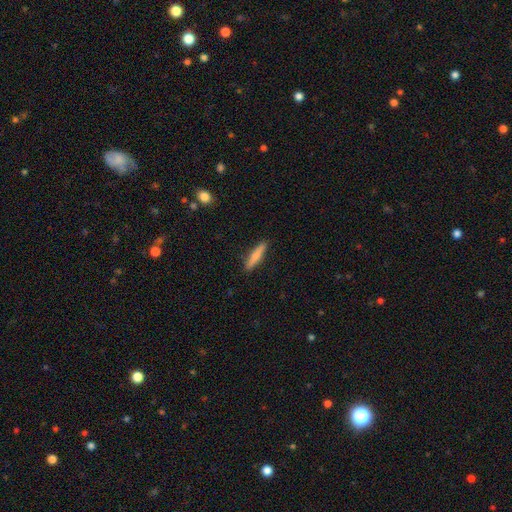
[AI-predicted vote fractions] A smooth galaxy with no disk features (73%) that is cigar-shaped (89%).

Vote fractions:
- Smooth or featured? smooth: 73% / featured or disk: 21% / star or artifact: 6%
- How rounded? cigar-shaped: 89% / in between: 10% / round: 2%
- Merging? none: 89% / minor disturbance: 8% / major disturbance: 2% / merger: 1%